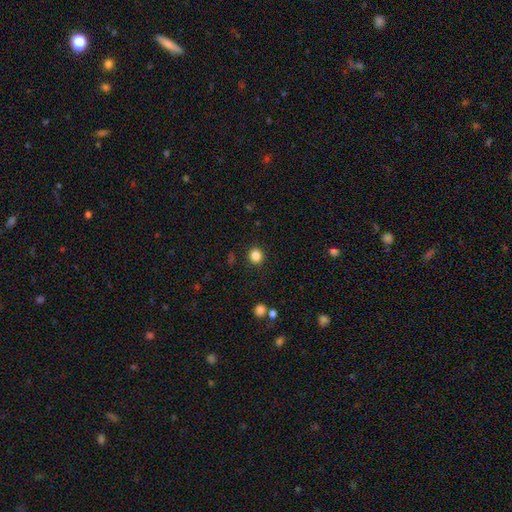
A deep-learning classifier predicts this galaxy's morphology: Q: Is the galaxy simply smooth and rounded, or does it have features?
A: smooth — 85%.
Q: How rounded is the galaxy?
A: round — 89%.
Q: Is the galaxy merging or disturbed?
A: none — 91%.